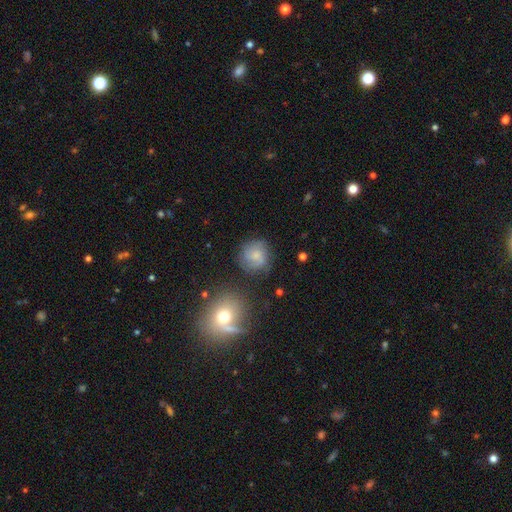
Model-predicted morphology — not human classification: Smooth or featured? smooth (49%)
Merging? none (73%)